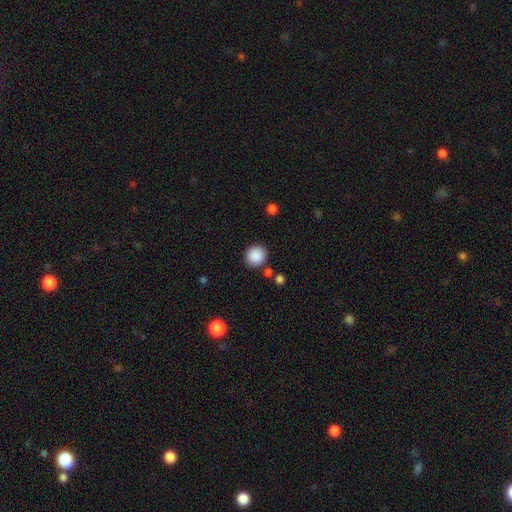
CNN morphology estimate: The model was most divided on "merging": none: 86%, minor disturbance: 7%, merger: 4%, major disturbance: 3%. More confident: how rounded — round (91%); smooth or featured — smooth (88%).